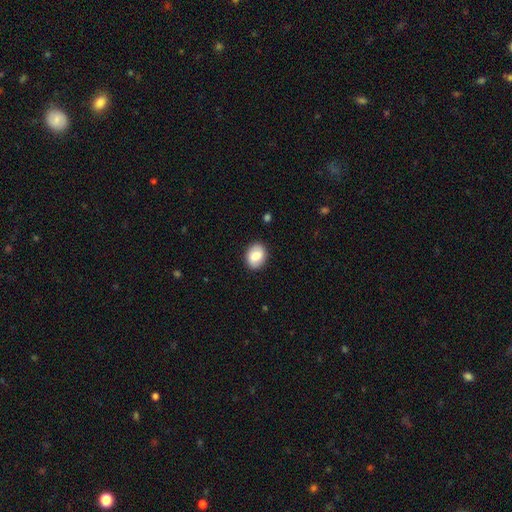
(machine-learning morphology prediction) Smooth or featured: smooth — 80% (featured or disk — 13%)
How rounded: in between — 63% (round — 36%)
Merging: none — 88% (minor disturbance — 9%)